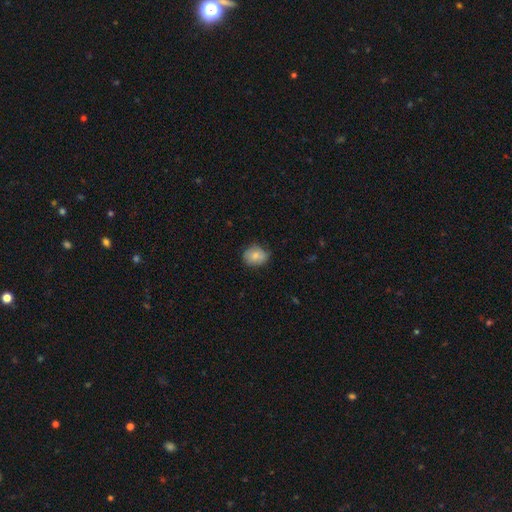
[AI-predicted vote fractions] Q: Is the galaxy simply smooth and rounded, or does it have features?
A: smooth — 77%.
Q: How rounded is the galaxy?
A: round — 54%.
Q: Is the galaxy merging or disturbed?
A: none — 70%.